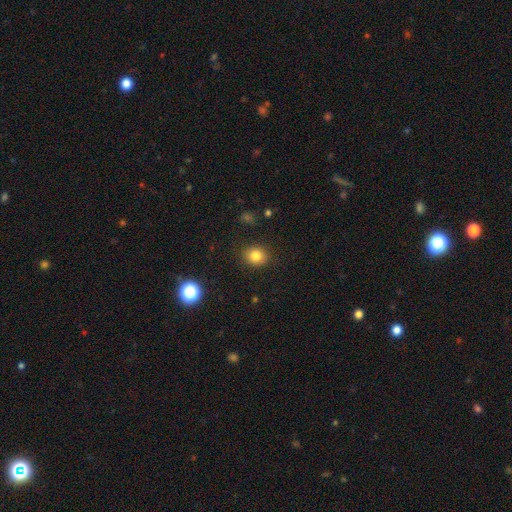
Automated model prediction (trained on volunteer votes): smooth-or-featured: smooth: 82% | star or artifact: 12% | featured or disk: 6%
  how-rounded: round: 75% | in between: 24% | cigar-shaped: 1%
  merging: none: 88% | minor disturbance: 8% | major disturbance: 2% | merger: 1%